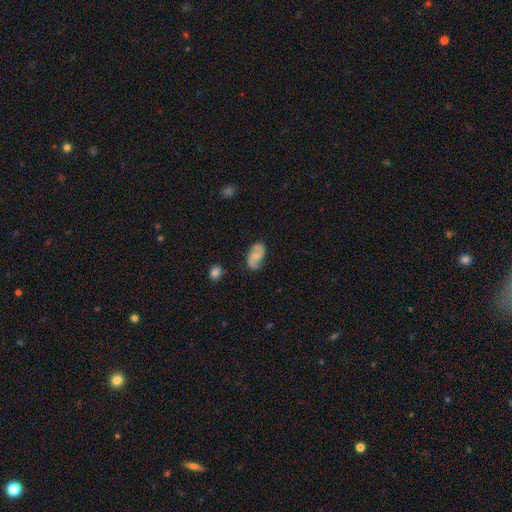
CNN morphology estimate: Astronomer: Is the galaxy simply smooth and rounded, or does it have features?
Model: featured or disk — 55% (runner-up: smooth, 37%).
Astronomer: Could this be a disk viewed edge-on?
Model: no — 97%.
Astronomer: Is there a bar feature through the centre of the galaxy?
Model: no — 57% (runner-up: weak, 36%).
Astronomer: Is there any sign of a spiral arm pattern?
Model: yes — 89%.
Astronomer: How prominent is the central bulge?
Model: small — 45% (runner-up: moderate, 33%).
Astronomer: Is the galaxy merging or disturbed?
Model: none — 72%.